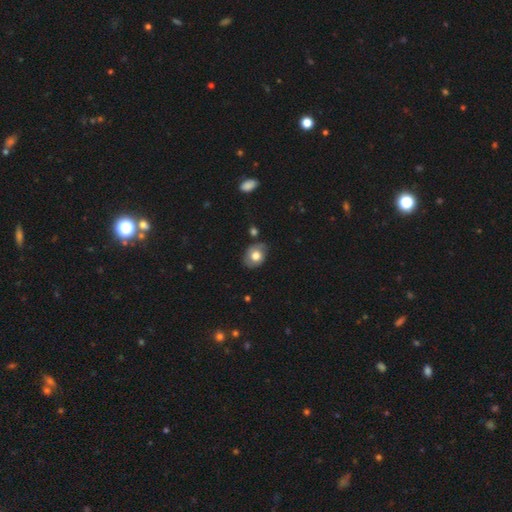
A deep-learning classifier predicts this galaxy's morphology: Overall: smooth (68%). How rounded: in between (63%; round 36%). Merging: none (73%).